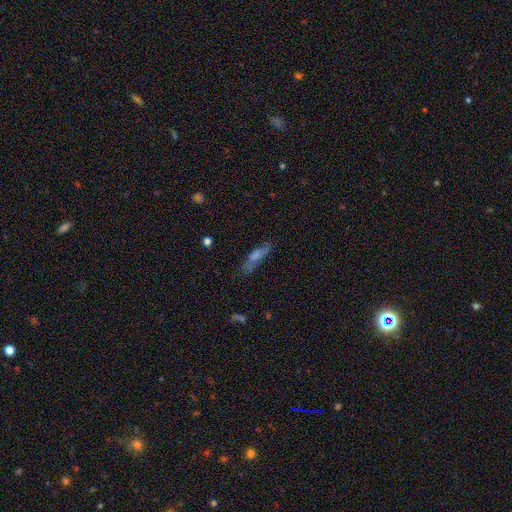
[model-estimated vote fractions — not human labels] smooth 43%, featured or disk 42%, star or artifact 15%. Down the decision tree: merging — none (68%).